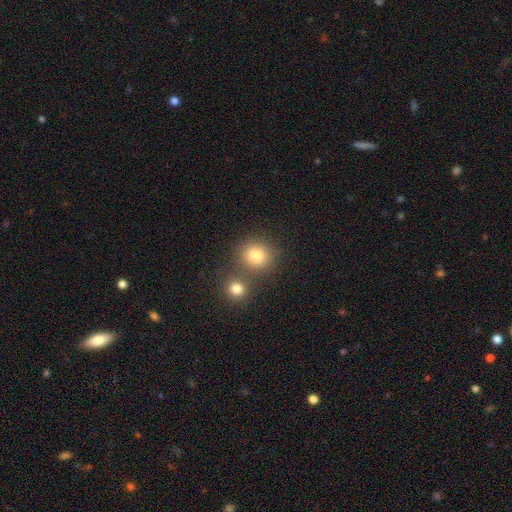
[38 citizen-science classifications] smooth-or-featured: smooth: 84% | featured or disk: 8% | star or artifact: 8%
  how-rounded: round: 78% | in between: 22% | cigar-shaped: 0%
  merging: none: 57% | merger: 29% | minor disturbance: 11% | major disturbance: 3%